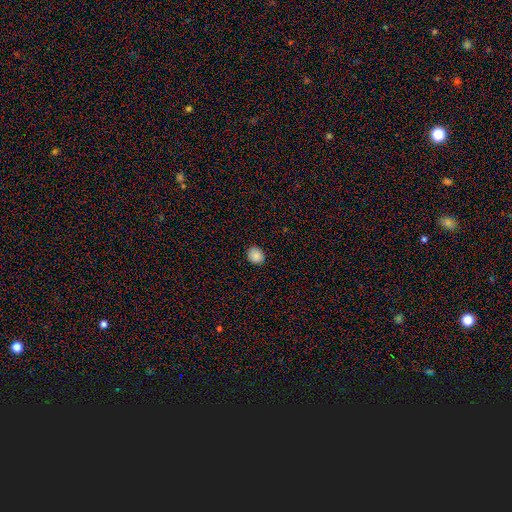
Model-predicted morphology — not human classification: This is clearly a smooth galaxy (87%). How rounded: likely round (71%). Merging: clearly none (89%).